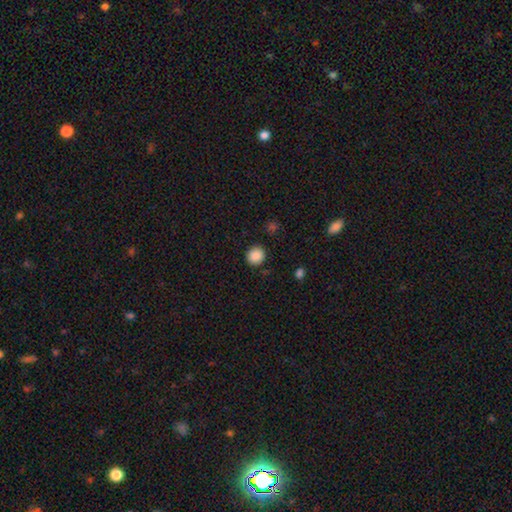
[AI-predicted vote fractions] Smooth or featured? smooth (88%)
How rounded? round (88%)
Merging? none (90%)